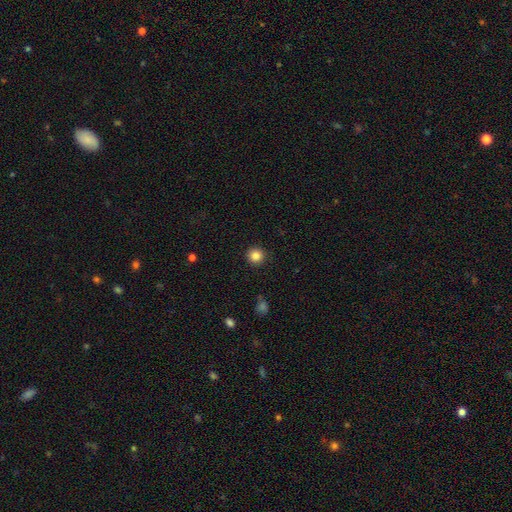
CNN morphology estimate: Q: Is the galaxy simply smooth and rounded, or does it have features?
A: smooth — 85%.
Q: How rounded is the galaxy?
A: round — 95%.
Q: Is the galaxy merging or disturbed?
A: none — 92%.